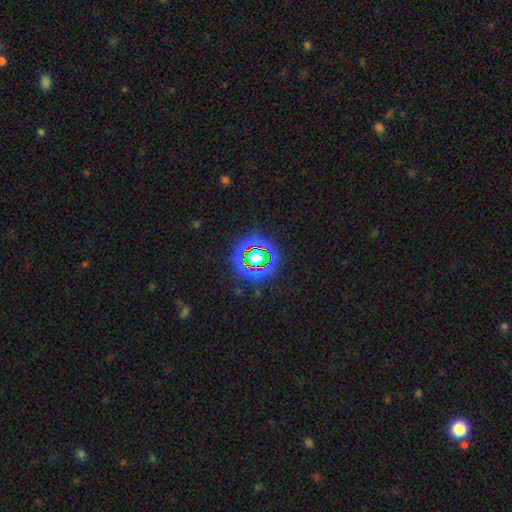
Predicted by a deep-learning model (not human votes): smooth_or_featured: star or artifact (p=0.64) [alt: smooth p=0.24]